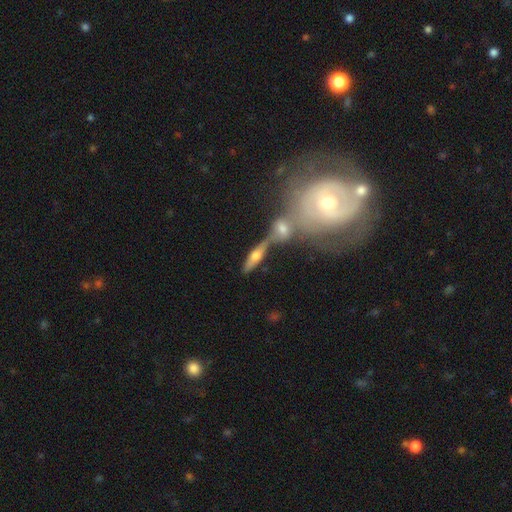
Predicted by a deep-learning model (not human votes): smooth 46%, featured or disk 44%, star or artifact 9%. Down the decision tree: merging — none (42%).